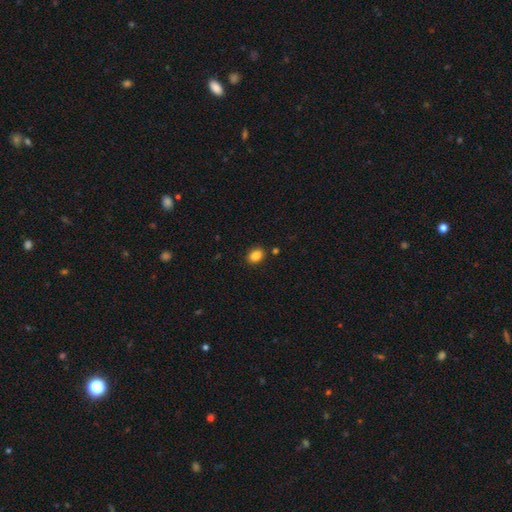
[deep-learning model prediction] smooth 86%, star or artifact 10%, featured or disk 4%. Down the decision tree: how rounded — in between (68%); merging — none (86%).